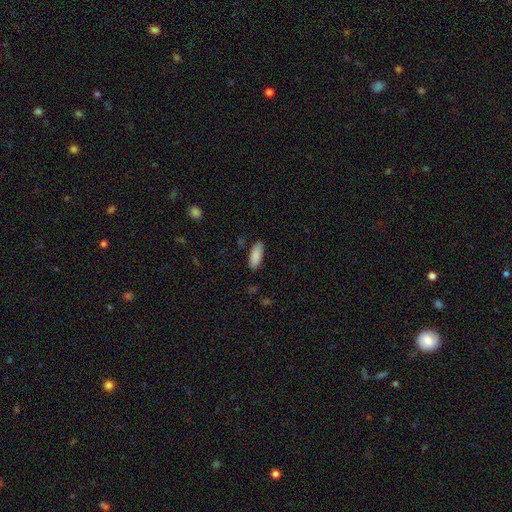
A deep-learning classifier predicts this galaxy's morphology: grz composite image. It shows a smooth galaxy with no disk features (89%) that is in between round and cigar-shaped (78%). Merging: none (86%).